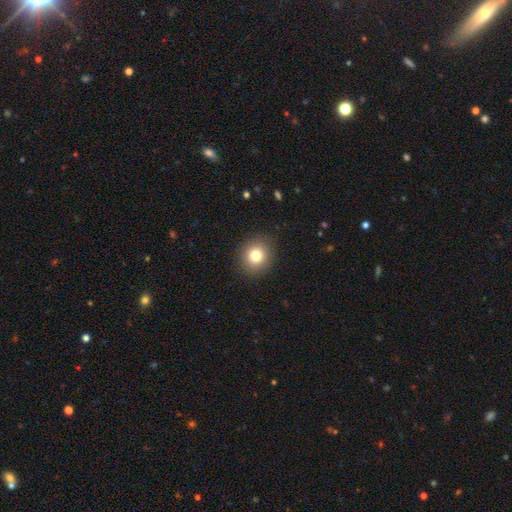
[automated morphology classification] Overall: smooth (80%). How rounded: round (80%). Merging: none (90%).